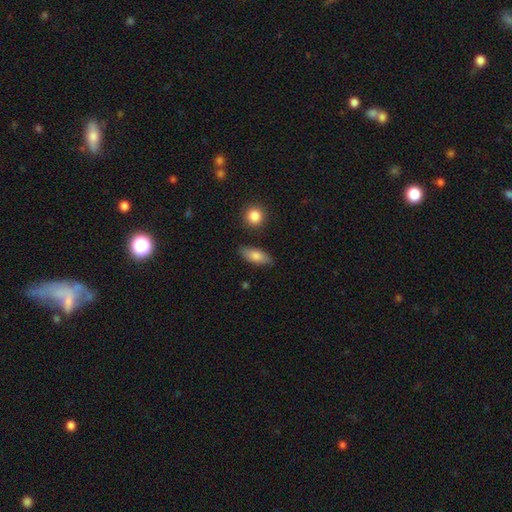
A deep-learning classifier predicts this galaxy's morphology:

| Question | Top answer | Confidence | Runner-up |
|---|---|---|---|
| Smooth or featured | smooth | 77% | featured or disk (16%) |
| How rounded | in between | 78% | cigar-shaped (17%) |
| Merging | none | 83% | minor disturbance (12%) |